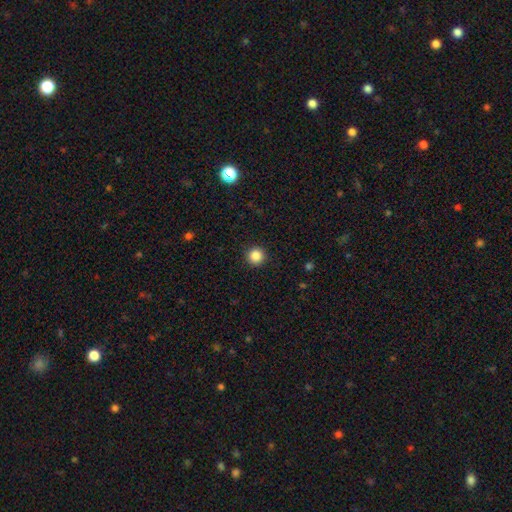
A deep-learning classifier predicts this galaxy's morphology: Smooth or featured: smooth — 86% (star or artifact — 11%)
How rounded: round — 96% (in between — 3%)
Merging: none — 93% (minor disturbance — 4%)